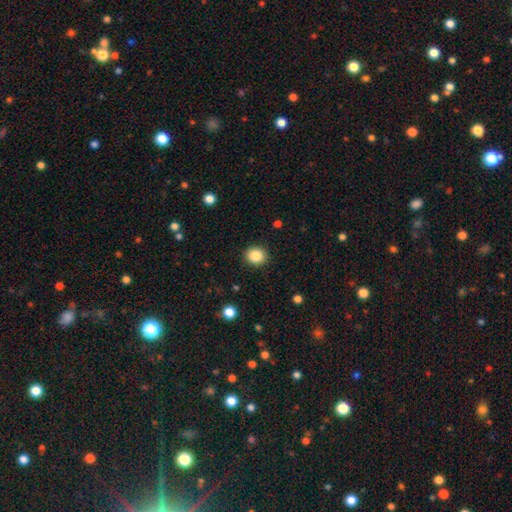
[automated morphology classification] Smooth or featured: smooth — 86% (star or artifact — 10%)
How rounded: round — 80% (in between — 19%)
Merging: none — 91% (minor disturbance — 6%)